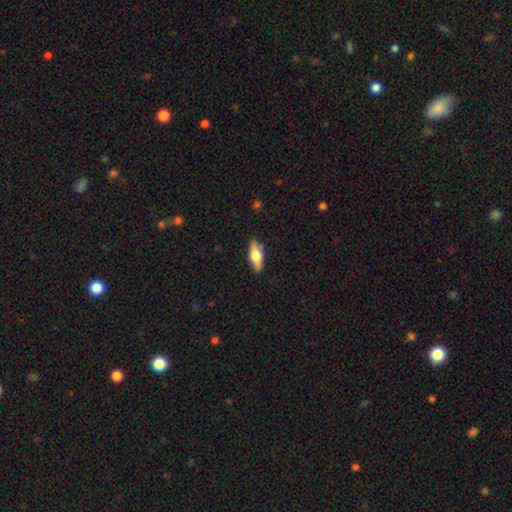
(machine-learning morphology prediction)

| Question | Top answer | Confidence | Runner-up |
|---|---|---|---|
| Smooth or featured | smooth | 47% | tied: featured or disk (47%) |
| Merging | none | 84% | minor disturbance (12%) |